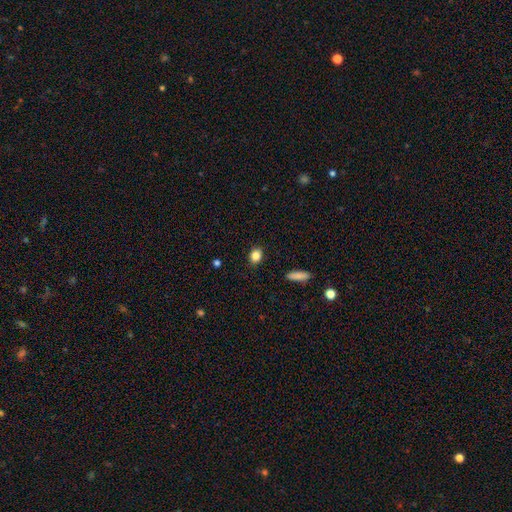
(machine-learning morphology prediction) smooth-or-featured: smooth: 85% | star or artifact: 10% | featured or disk: 6%
  how-rounded: in between: 58% | round: 40% | cigar-shaped: 2%
  merging: none: 89% | minor disturbance: 8% | major disturbance: 2% | merger: 1%